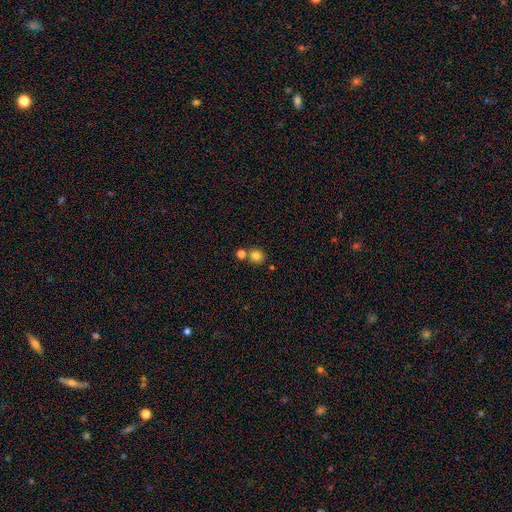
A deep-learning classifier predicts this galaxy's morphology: Q: Smooth or featured?
A: smooth (81%); runner-up: star or artifact (12%)
Q: How rounded?
A: round (86%); runner-up: in between (14%)
Q: Merging?
A: none (69%); runner-up: merger (20%)